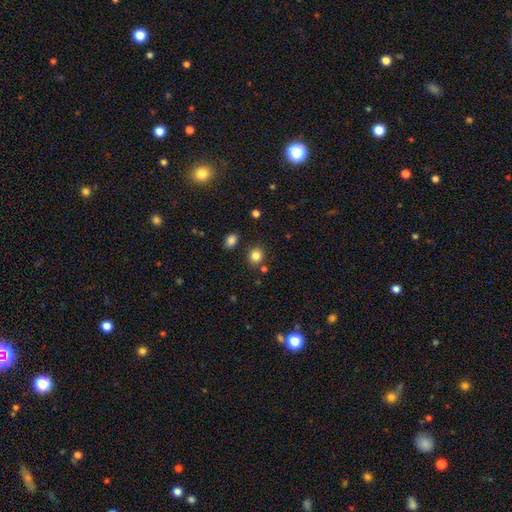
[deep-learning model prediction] The model was most divided on "how rounded": round: 76%, in between: 23%, cigar-shaped: 1%. More confident: smooth or featured — smooth (83%); merging — none (82%).